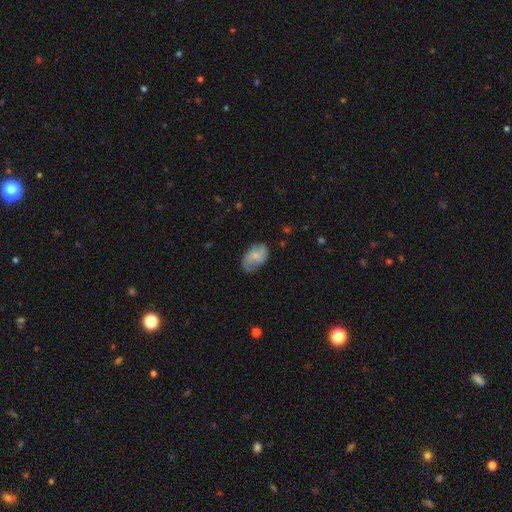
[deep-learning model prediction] Smooth or featured? smooth (63%)
How rounded? in between (91%)
Merging? none (65%)